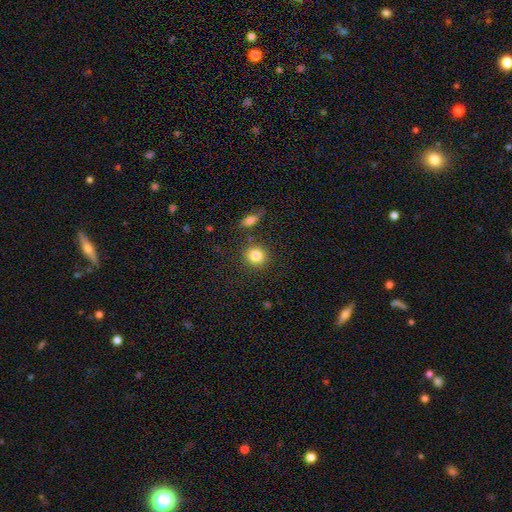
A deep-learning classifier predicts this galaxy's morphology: Overall: smooth (84%). How rounded: round (88%). Merging: none (83%).